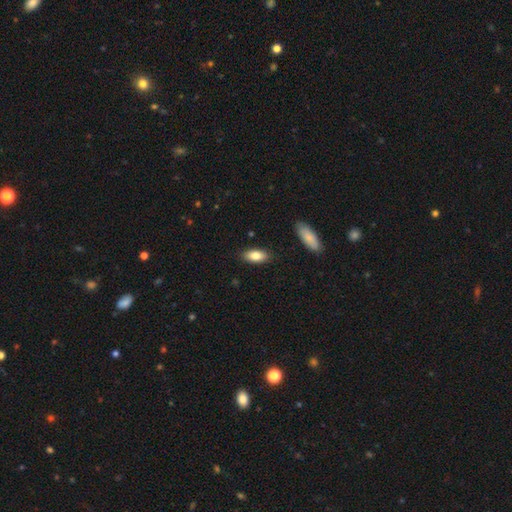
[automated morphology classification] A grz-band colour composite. It shows a smooth galaxy with no disk features (82%) that is in between round and cigar-shaped (85%). Merging: none (87%).